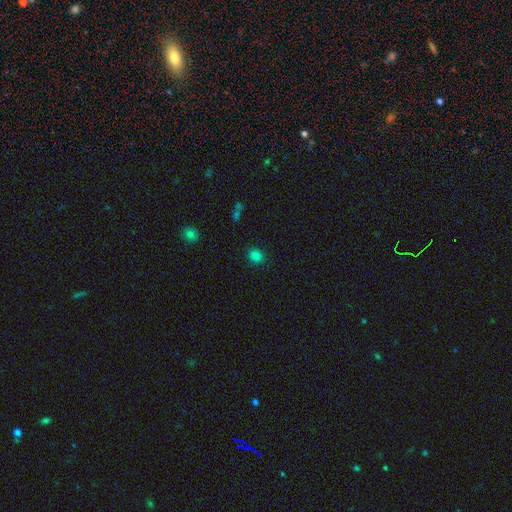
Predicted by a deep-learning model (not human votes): Overall: smooth (81%). How rounded: round (78%). Merging: none (89%).